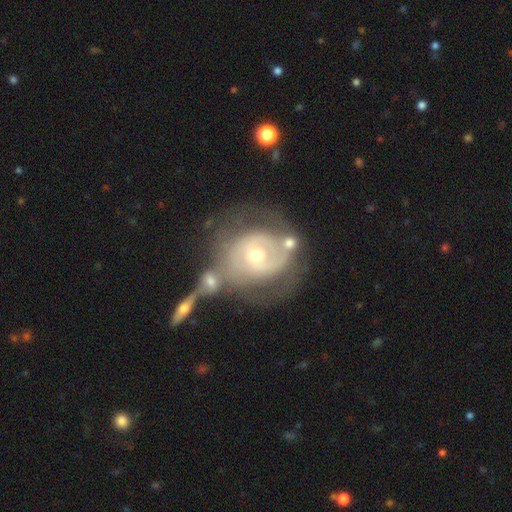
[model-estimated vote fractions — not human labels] smooth-or-featured: featured or disk: 75% | smooth: 18% | star or artifact: 7%
  disk-edge-on: no: 96% | yes: 4%
    bar: no: 75% | weak: 20% | strong: 5%
    has-spiral-arms: yes: 71% | no: 29%
      spiral-winding: tight: 64% | medium: 25% | loose: 11%
      spiral-arm-count: can't tell: 42% | 2: 35% | 1: 10% | 3: 7% | 4: 3% | more than 4: 3%
    bulge-size: moderate: 55% | small: 40% | large: 3% | none: 1% | dominant: 1%
  merging: none: 43% | merger: 22% | minor disturbance: 18% | major disturbance: 16%